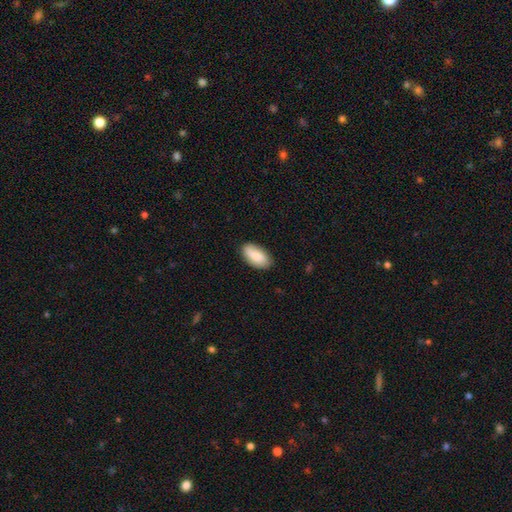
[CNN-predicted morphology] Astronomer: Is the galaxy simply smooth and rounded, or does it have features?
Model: smooth — 81%.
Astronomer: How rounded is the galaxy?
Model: in between — 93%.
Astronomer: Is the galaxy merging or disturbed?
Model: none — 82%.